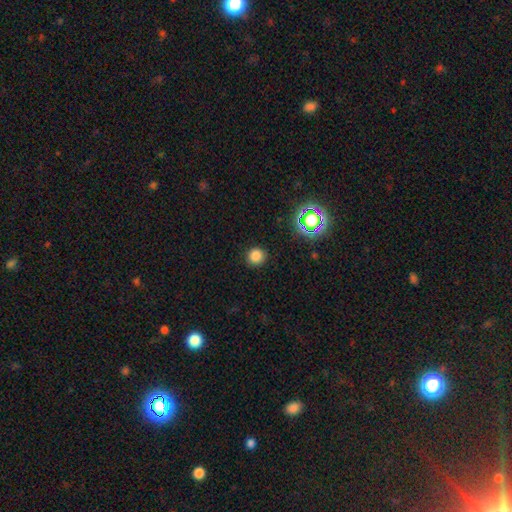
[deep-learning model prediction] smooth 81%, star or artifact 16%, featured or disk 4%. Down the decision tree: how rounded — round (91%); merging — none (90%).